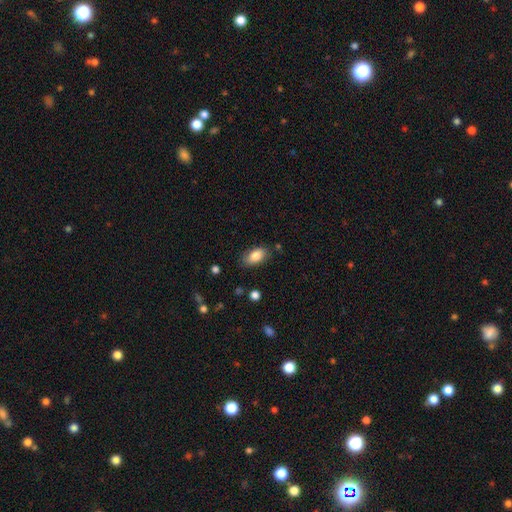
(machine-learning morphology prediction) Smooth or featured: smooth — 83% (featured or disk — 9%)
How rounded: in between — 91% (round — 5%)
Merging: none — 81% (minor disturbance — 14%)